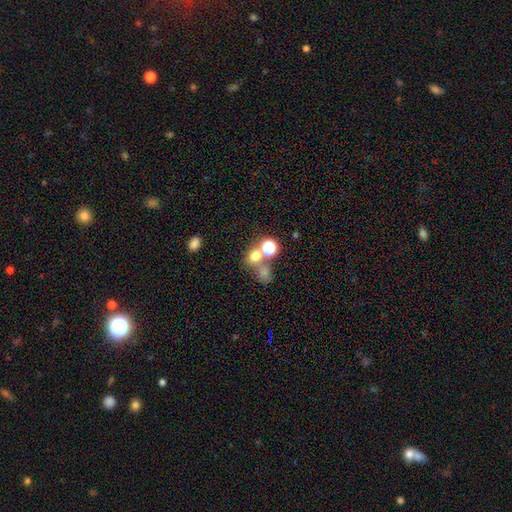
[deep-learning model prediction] Smooth or featured?
  - smooth: 66% *
  - star or artifact: 22%
  - featured or disk: 12%
How rounded?
  - round: 75% *
  - in between: 24%
  - cigar-shaped: 1%
Merging?
  - none: 45% *
  - merger: 41%
  - minor disturbance: 8%
  - major disturbance: 6%